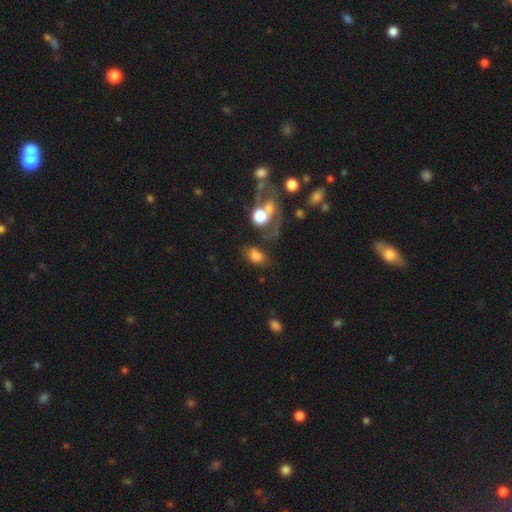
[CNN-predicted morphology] A smooth galaxy with no disk features (73%) that is in between round and cigar-shaped (79%).

Vote fractions:
- Smooth or featured? smooth: 73% / featured or disk: 14% / star or artifact: 13%
- How rounded? in between: 79% / round: 19% / cigar-shaped: 2%
- Merging? none: 52% / minor disturbance: 20% / merger: 15% / major disturbance: 13%